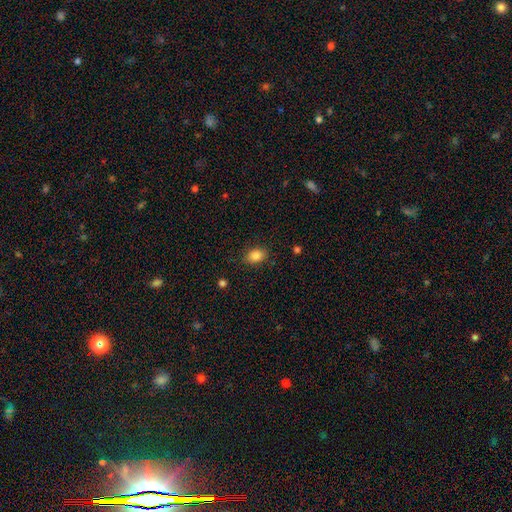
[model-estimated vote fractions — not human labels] smooth 86%, star or artifact 9%, featured or disk 5%. Down the decision tree: how rounded — in between (75%); merging — none (85%).